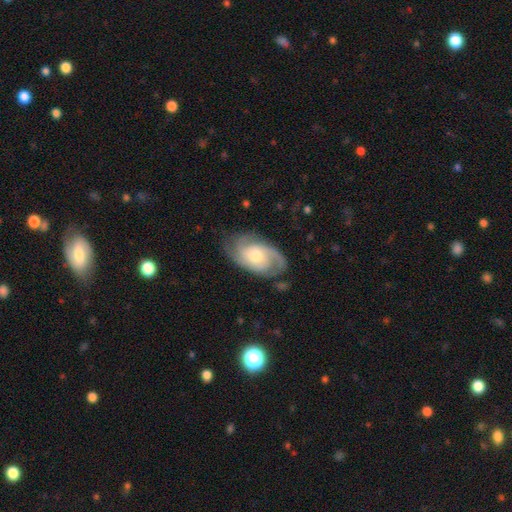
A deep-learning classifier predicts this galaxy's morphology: A featured or disk galaxy (80%) with no bar (72%), 2 (33%) tight (50%) spiral arms (95%) and a moderate central bulge (61%).

Vote fractions:
- Smooth or featured? featured or disk: 80% / smooth: 15% / star or artifact: 5%
- Edge-on disk? no: 96% / yes: 4%
- Bar? no: 72% / weak: 24% / strong: 4%
- Spiral arms? yes: 95% / no: 5%
- Spiral winding? tight: 50% / medium: 38% / loose: 12%
- Spiral arm count? 2: 33% / 3: 26% / can't tell: 24% / 4: 7% / 1: 5% / more than 4: 4%
- Bulge size? moderate: 61% / small: 27% / large: 9% / none: 2% / dominant: 1%
- Merging? none: 73% / minor disturbance: 19% / major disturbance: 7% / merger: 1%